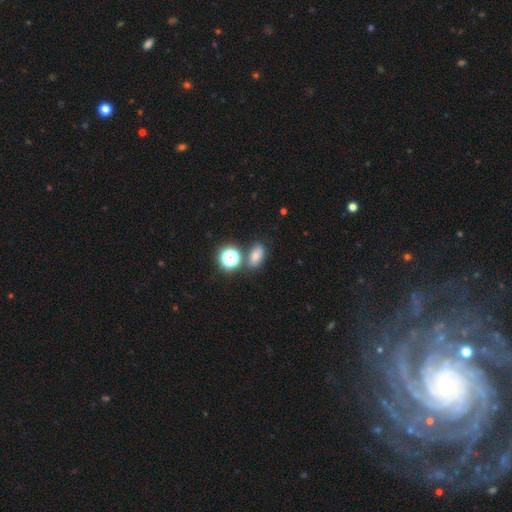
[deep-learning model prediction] smooth 71%, star or artifact 20%, featured or disk 9%. Down the decision tree: how rounded — in between (76%); merging — none (69%).